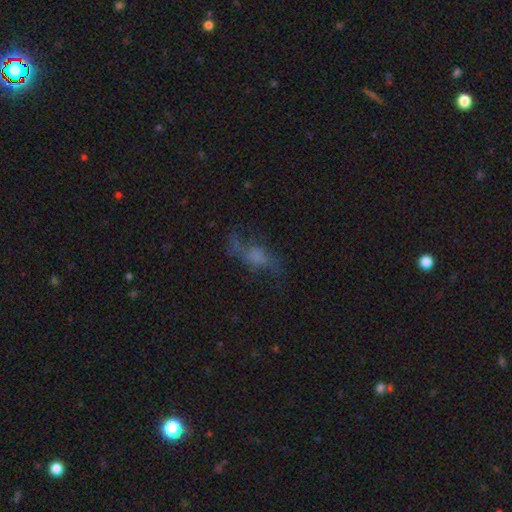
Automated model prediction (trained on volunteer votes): This appears to be a featured or disk galaxy (54%). Merging: none (52%).